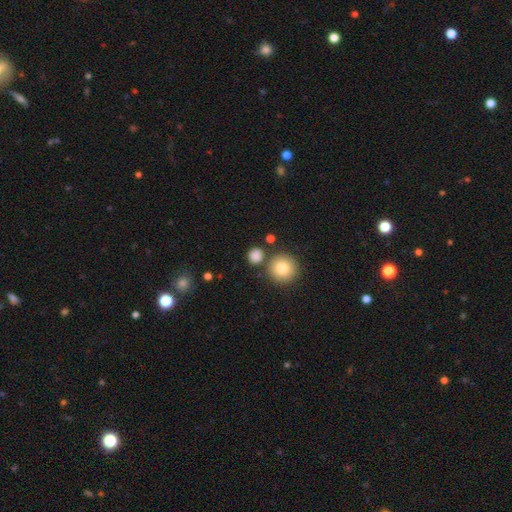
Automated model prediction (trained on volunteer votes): A smooth galaxy with no disk features (83%) that is round (84%).

Vote fractions:
- Smooth or featured? smooth: 83% / star or artifact: 11% / featured or disk: 6%
- How rounded? round: 84% / in between: 15% / cigar-shaped: 1%
- Merging? none: 76% / merger: 10% / minor disturbance: 10% / major disturbance: 4%